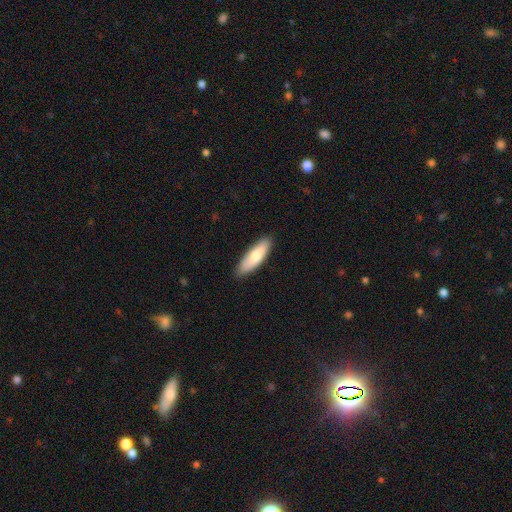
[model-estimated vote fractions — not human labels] Smooth or featured? smooth (72%)
How rounded? cigar-shaped (49%, tied with in between)
Merging? none (87%)